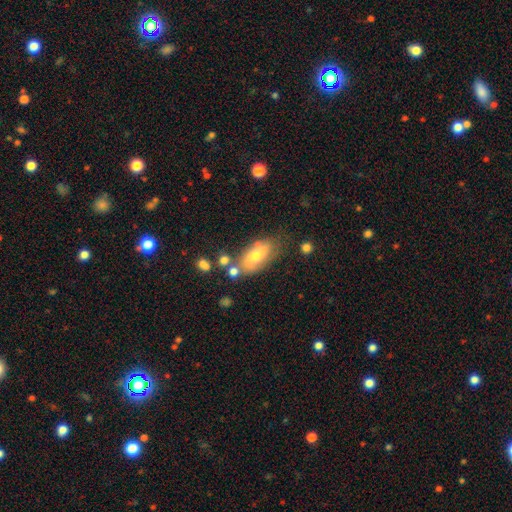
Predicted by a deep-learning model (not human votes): smooth_or_featured: smooth (p=0.55) [alt: featured or disk p=0.37]
how_rounded: in between (p=0.87) [alt: cigar-shaped p=0.07]
merging: none (p=0.63) [alt: minor disturbance p=0.21]